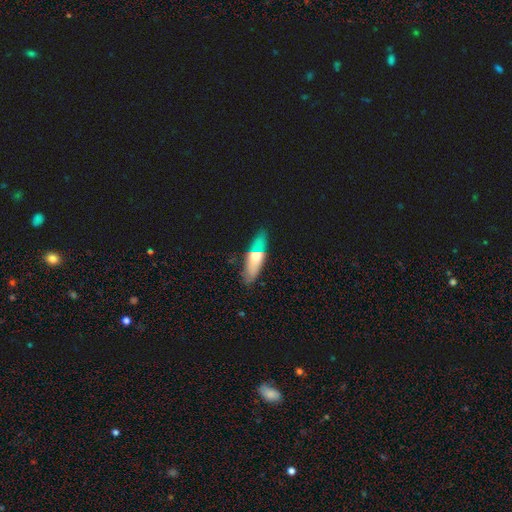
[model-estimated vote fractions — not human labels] This appears to be a smooth galaxy with no disk features (54%) that is in between round and cigar-shaped (50%). Merging: none (82%).